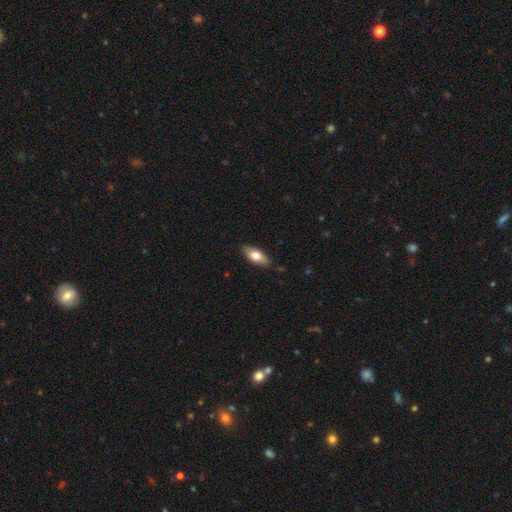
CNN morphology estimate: Smooth or featured: smooth — 65% (featured or disk — 29%)
How rounded: in between — 77% (cigar-shaped — 19%)
Merging: none — 86% (minor disturbance — 11%)